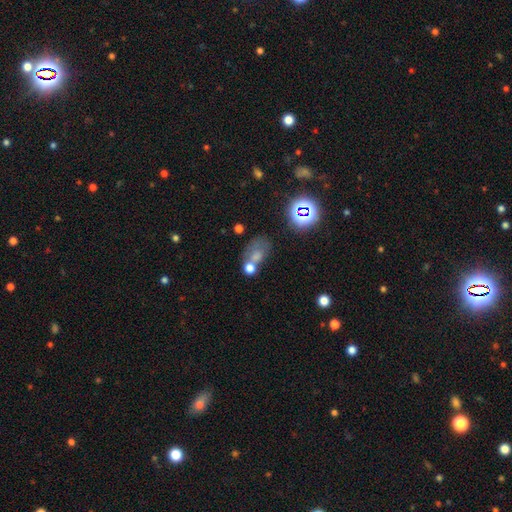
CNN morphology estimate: smooth 59%, star or artifact 22%, featured or disk 20%. Down the decision tree: how rounded — in between (69%); merging — merger (36%).